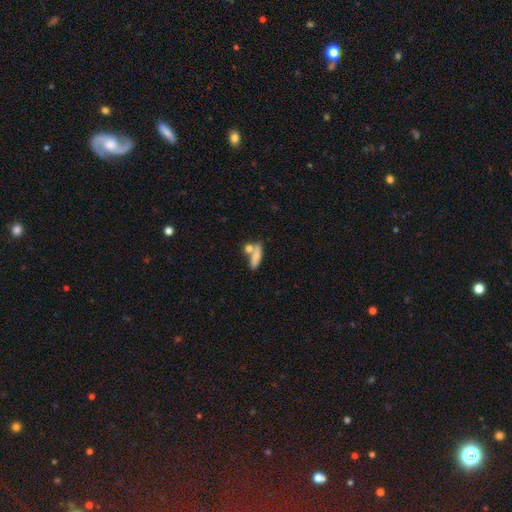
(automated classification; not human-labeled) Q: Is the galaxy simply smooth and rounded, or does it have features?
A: smooth — 75%.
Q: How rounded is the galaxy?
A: in between — 49%.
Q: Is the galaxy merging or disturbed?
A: none — 45%.